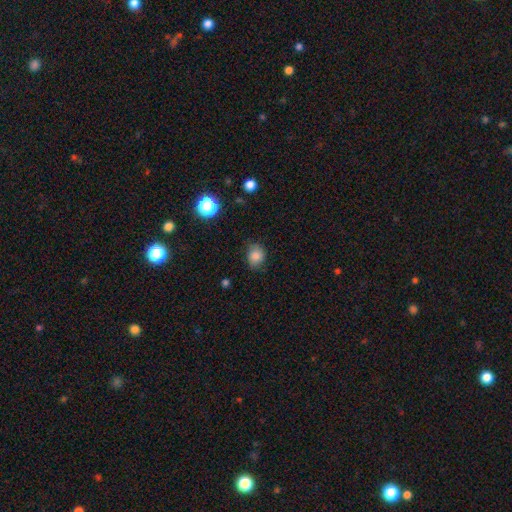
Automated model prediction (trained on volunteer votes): smooth-or-featured: smooth: 82% | star or artifact: 11% | featured or disk: 8%
  how-rounded: round: 54% | in between: 45% | cigar-shaped: 1%
  merging: none: 71% | minor disturbance: 23% | major disturbance: 6% | merger: 1%